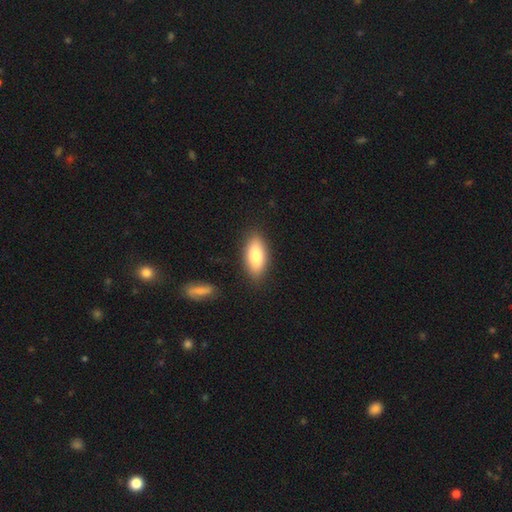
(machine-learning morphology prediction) A smooth galaxy with no disk features (81%) that is in between round and cigar-shaped (79%). Merging: none (85%).